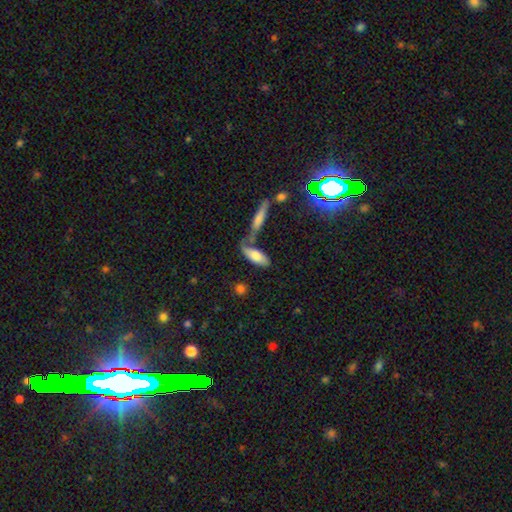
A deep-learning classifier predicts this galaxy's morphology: Smooth or featured? smooth (71%)
How rounded? in between (69%)
Merging? none (43%)